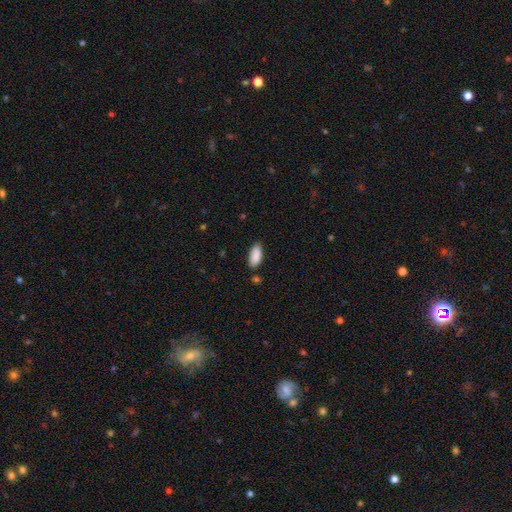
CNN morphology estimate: smooth 89%, star or artifact 6%, featured or disk 4%. Down the decision tree: how rounded — in between (87%); merging — none (82%).